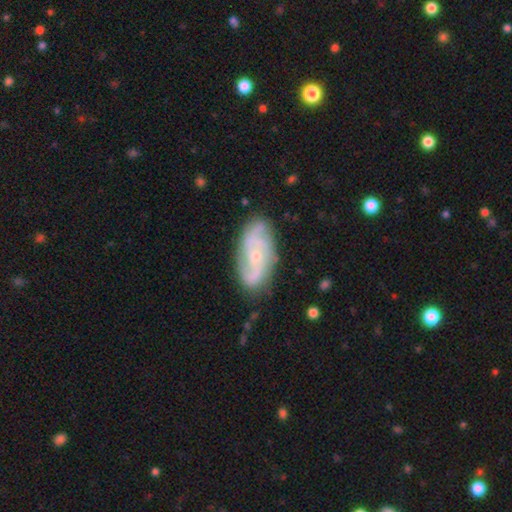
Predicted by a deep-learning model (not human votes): Q: Smooth or featured?
A: featured or disk (78%); runner-up: smooth (15%)
Q: Edge-on disk?
A: no (94%); runner-up: yes (6%)
Q: Bar?
A: no (65%); runner-up: weak (28%)
Q: Spiral arms?
A: yes (94%); runner-up: no (6%)
Q: Spiral winding?
A: medium (42%); runner-up: tight (39%)
Q: Spiral arm count?
A: 2 (40%); runner-up: 3 (23%)
Q: Bulge size?
A: small (65%); runner-up: moderate (31%)
Q: Merging?
A: none (77%); runner-up: minor disturbance (17%)